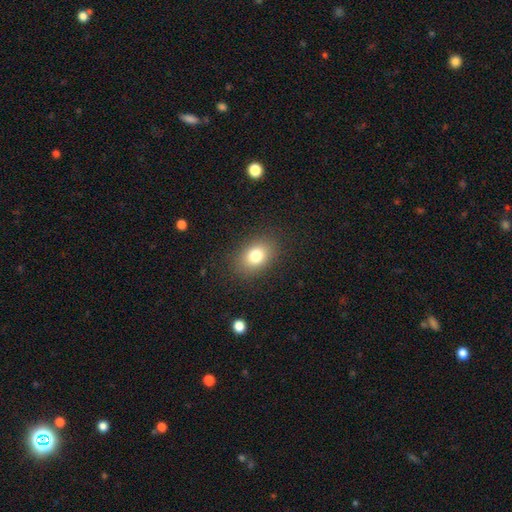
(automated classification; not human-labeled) Q: Smooth or featured?
A: smooth (80%); runner-up: star or artifact (11%)
Q: How rounded?
A: in between (73%); runner-up: round (25%)
Q: Merging?
A: none (86%); runner-up: minor disturbance (9%)